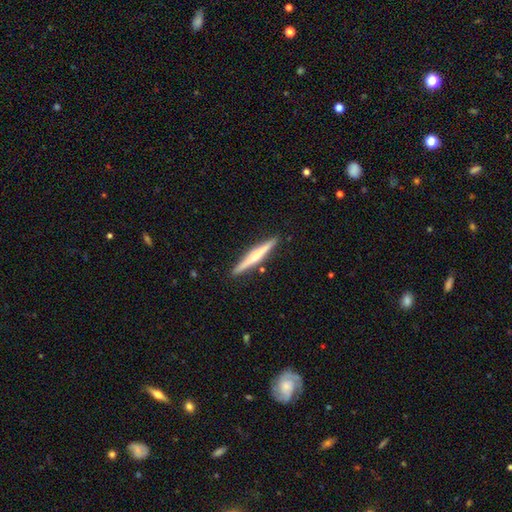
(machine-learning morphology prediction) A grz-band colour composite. It shows a featured or disk galaxy (61%) viewed edge-on (98%) with a rounded central bulge (76%). Merging: none (90%).